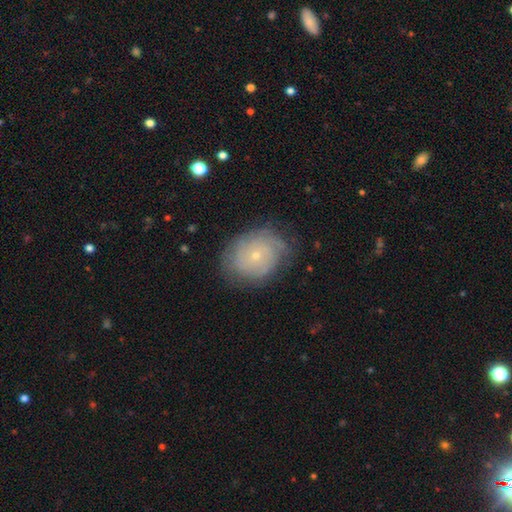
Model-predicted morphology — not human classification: This is possibly a featured or disk galaxy (55%). It is clearly not viewed edge-on (96%). Bar: clearly no (86%). Spiral arm pattern: likely yes (75%). Central bulge: clearly small (80%). Merging: likely none (70%).